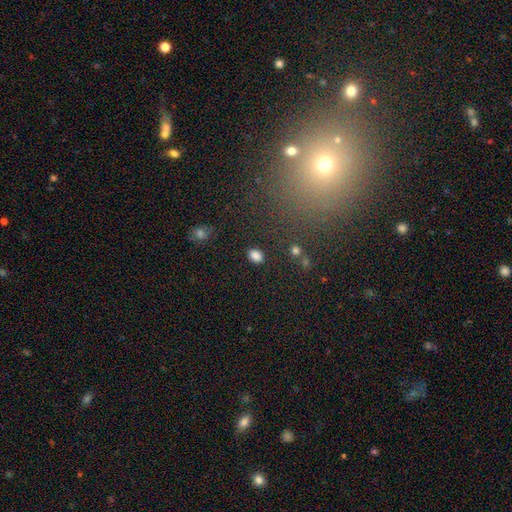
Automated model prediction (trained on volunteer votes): The model was most divided on "how rounded": in between: 74%, round: 25%, cigar-shaped: 1%. More confident: merging — none (86%); smooth or featured — smooth (85%).